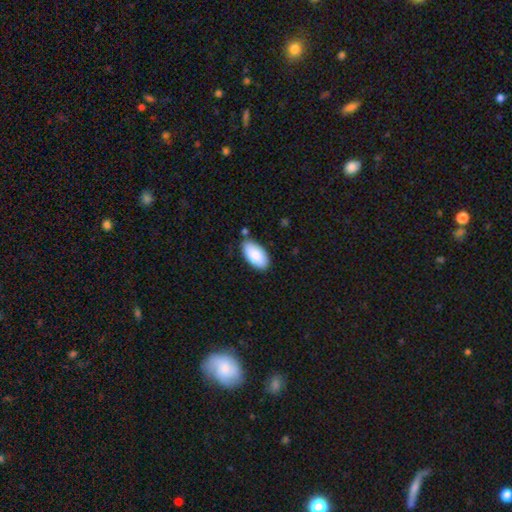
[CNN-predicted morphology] type=smooth (86%); roundness=in between (96%); merging=none (79%).